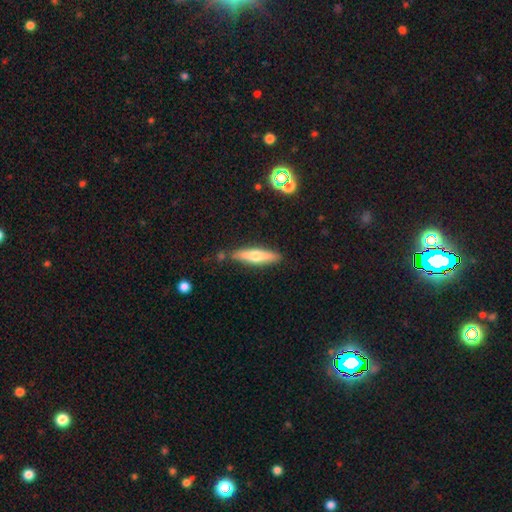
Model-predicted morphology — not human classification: This is possibly a smooth galaxy (52%). How rounded: likely cigar-shaped (78%). Merging: clearly none (83%).